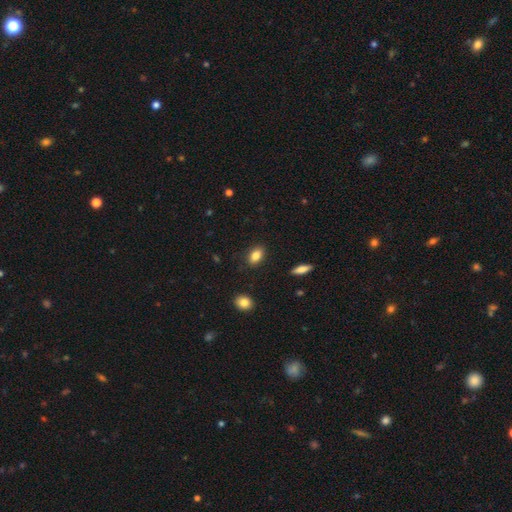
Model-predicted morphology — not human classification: Smooth or featured: smooth — 84% (star or artifact — 9%)
How rounded: in between — 86% (round — 10%)
Merging: none — 86% (minor disturbance — 10%)